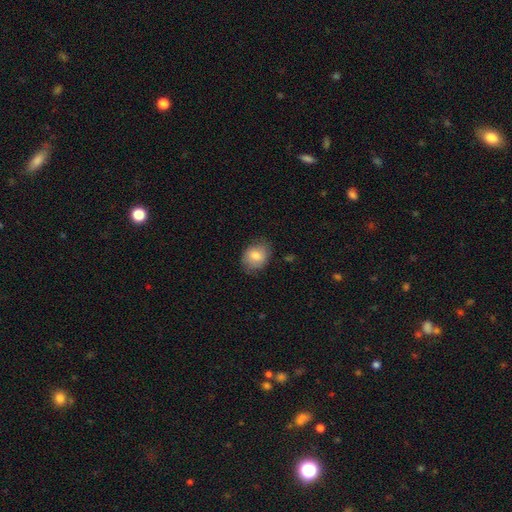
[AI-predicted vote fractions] smooth_or_featured: smooth (p=0.81) [alt: featured or disk p=0.12]
how_rounded: in between (p=0.57) [alt: round p=0.42]
merging: none (p=0.80) [alt: minor disturbance p=0.15]